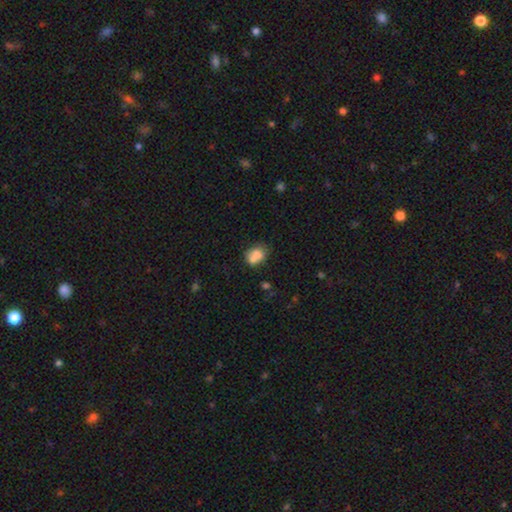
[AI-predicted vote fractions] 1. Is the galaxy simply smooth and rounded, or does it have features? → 74% smooth, 17% featured or disk, 10% star or artifact.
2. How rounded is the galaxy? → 51% in between, 48% round, 1% cigar-shaped.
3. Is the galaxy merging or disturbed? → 48% merger, 33% none, 13% minor disturbance, 5% major disturbance.